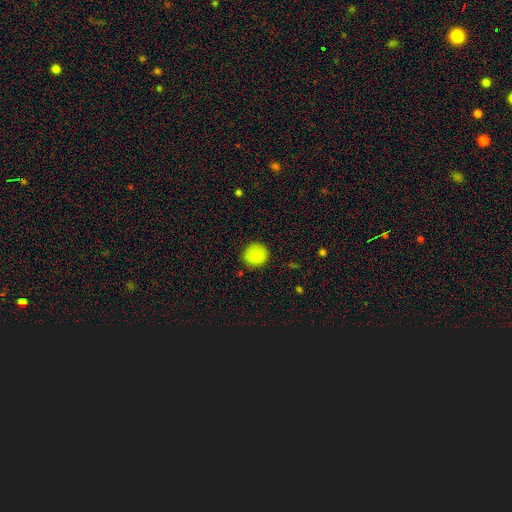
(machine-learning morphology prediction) Smooth or featured? smooth (87%)
How rounded? round (88%)
Merging? none (85%)